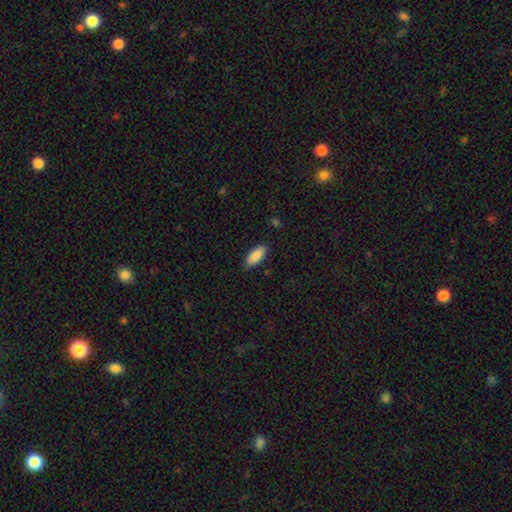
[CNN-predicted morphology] A smooth galaxy with no disk features (89%) that is in between round and cigar-shaped (81%).

Vote fractions:
- Smooth or featured? smooth: 89% / star or artifact: 6% / featured or disk: 5%
- How rounded? in between: 81% / cigar-shaped: 17% / round: 2%
- Merging? none: 86% / minor disturbance: 10% / major disturbance: 2% / merger: 1%